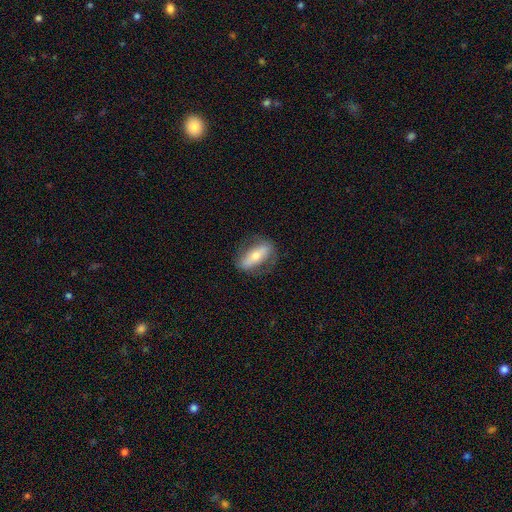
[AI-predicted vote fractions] This is possibly a smooth galaxy (48%). Merging: likely none (76%).